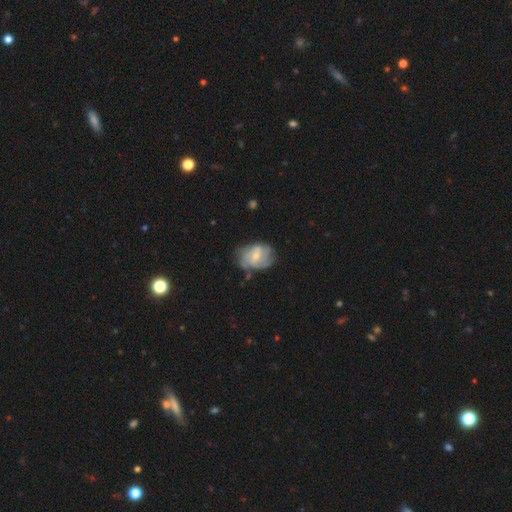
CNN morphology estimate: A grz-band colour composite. It shows a featured or disk galaxy (69%) with a weak bar (49%), tight (41%) spiral arms (83%) and a small central bulge (56%). Merging: none (58%).